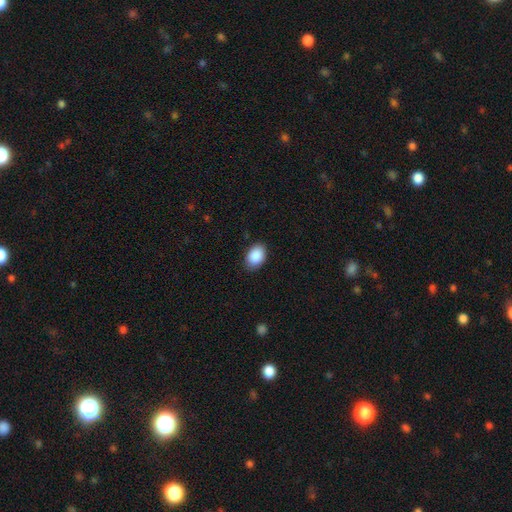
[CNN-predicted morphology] Smooth or featured?
  - smooth: 90% *
  - star or artifact: 7%
  - featured or disk: 3%
How rounded?
  - in between: 84% *
  - round: 15%
  - cigar-shaped: 1%
Merging?
  - none: 87% *
  - minor disturbance: 10%
  - major disturbance: 2%
  - merger: 1%